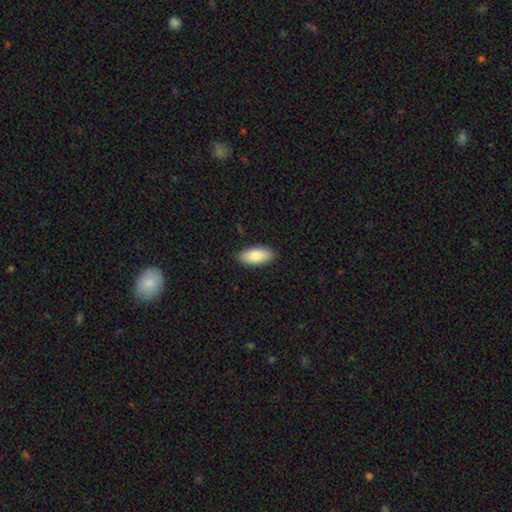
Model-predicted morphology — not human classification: smooth-or-featured: smooth: 85% | featured or disk: 9% | star or artifact: 6%
  how-rounded: in between: 91% | cigar-shaped: 7% | round: 2%
  merging: none: 89% | minor disturbance: 8% | major disturbance: 2% | merger: 1%